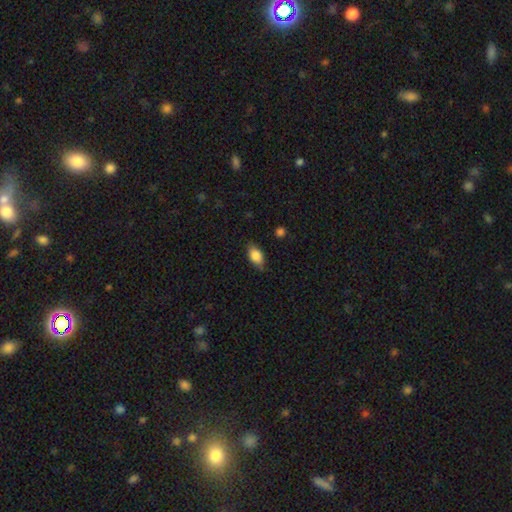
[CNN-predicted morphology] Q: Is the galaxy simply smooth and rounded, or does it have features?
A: smooth — 81%.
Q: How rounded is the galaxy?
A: in between — 86%.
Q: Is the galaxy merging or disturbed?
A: none — 76%.